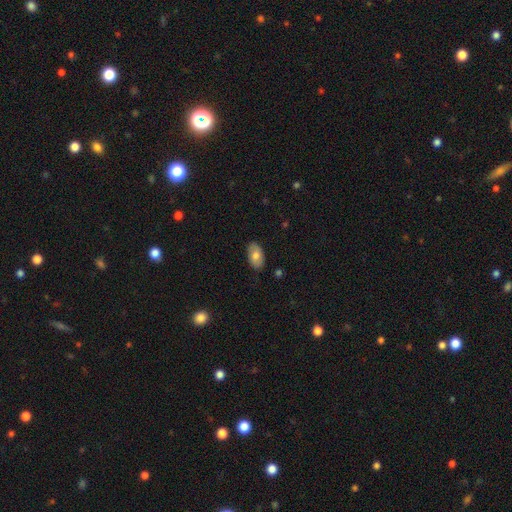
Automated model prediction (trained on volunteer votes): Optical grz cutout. It shows a smooth galaxy with no disk features (75%) that is in between round and cigar-shaped (94%). Merging: none (85%).